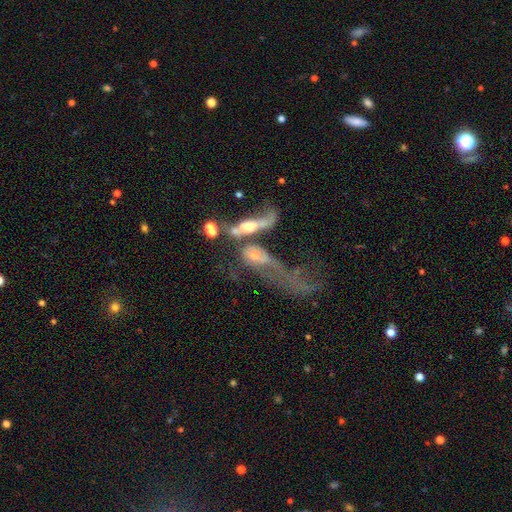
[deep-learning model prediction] smooth-or-featured: featured or disk: 53% | smooth: 34% | star or artifact: 12%
  disk-edge-on: no: 75% | yes: 25%
  merging: merger: 66% | major disturbance: 22% | none: 7% | minor disturbance: 5%